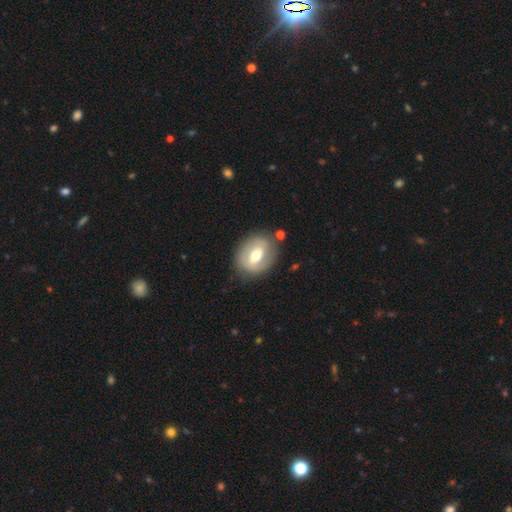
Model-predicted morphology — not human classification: Smooth or featured?
  - featured or disk: 49% *
  - smooth: 44%
  - star or artifact: 6%
Merging?
  - none: 76% *
  - minor disturbance: 15%
  - major disturbance: 5%
  - merger: 4%